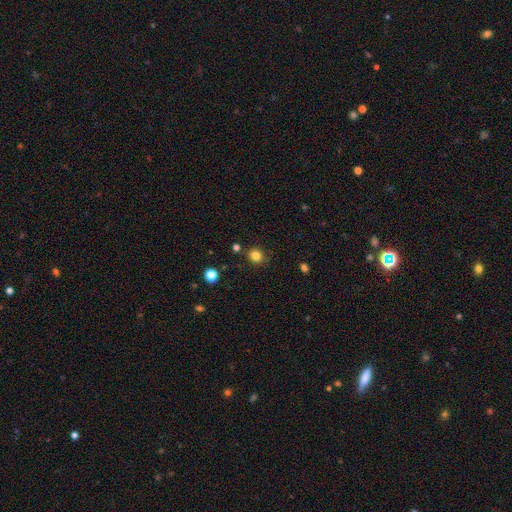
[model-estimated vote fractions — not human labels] This is clearly a smooth galaxy (82%). How rounded: clearly round (82%). Merging: clearly none (84%).